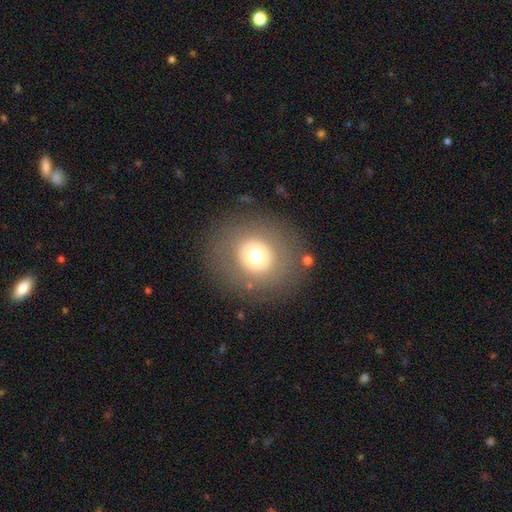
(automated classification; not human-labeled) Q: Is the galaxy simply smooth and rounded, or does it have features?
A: smooth — 64%.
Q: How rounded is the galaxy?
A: round — 88%.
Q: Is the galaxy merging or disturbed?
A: none — 84%.